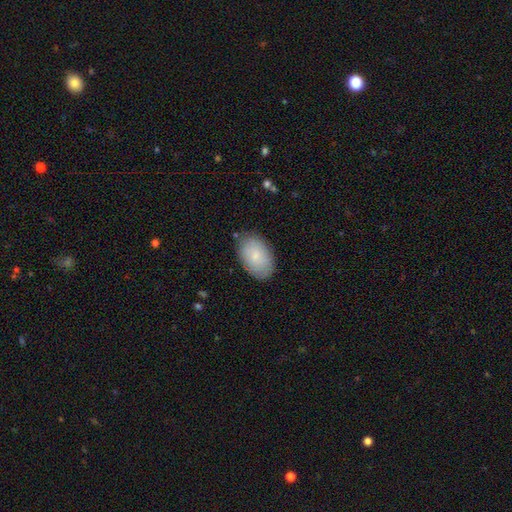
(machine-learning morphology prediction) Smooth or featured: smooth — 80% (featured or disk — 13%)
How rounded: in between — 91% (round — 7%)
Merging: none — 83% (minor disturbance — 13%)